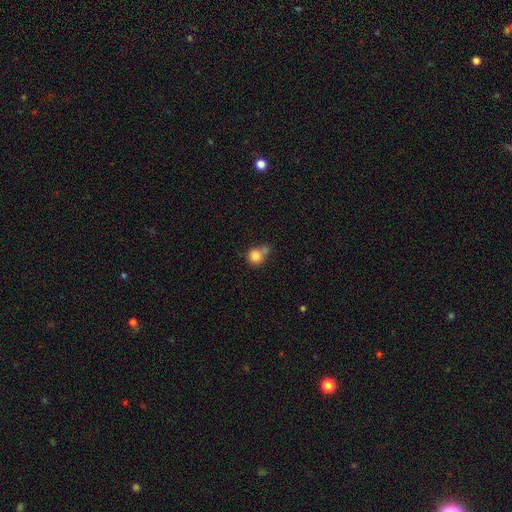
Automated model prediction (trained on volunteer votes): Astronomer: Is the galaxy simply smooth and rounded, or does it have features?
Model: smooth — 83%.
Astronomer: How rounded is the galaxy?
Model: round — 85%.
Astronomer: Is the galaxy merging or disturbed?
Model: none — 43% (runner-up: merger, 36%).